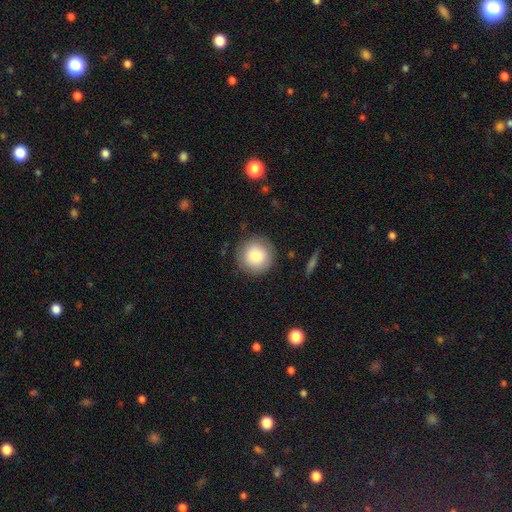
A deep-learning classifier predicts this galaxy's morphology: smooth 82%, featured or disk 11%, star or artifact 8%. Down the decision tree: how rounded — round (95%); merging — none (86%).